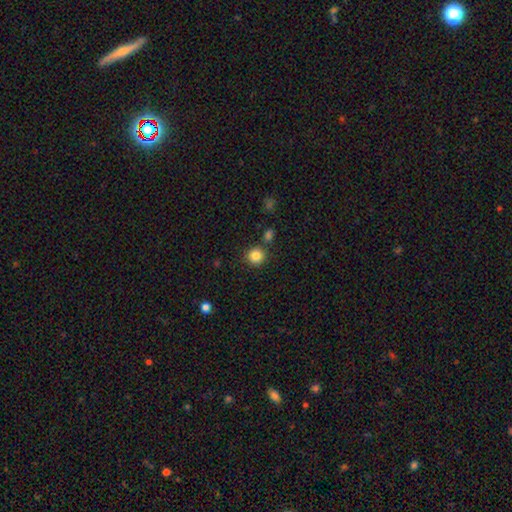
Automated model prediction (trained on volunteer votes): This is clearly a smooth galaxy (85%). How rounded: clearly round (93%). Merging: clearly none (83%).